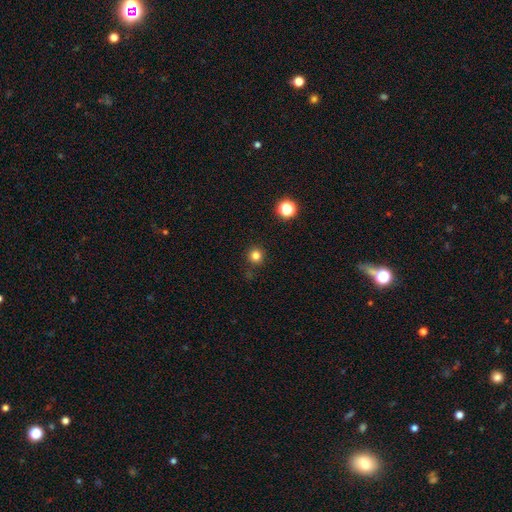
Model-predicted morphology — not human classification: Q: Smooth or featured?
A: smooth (81%); runner-up: star or artifact (15%)
Q: How rounded?
A: round (94%); runner-up: in between (5%)
Q: Merging?
A: none (88%); runner-up: minor disturbance (7%)